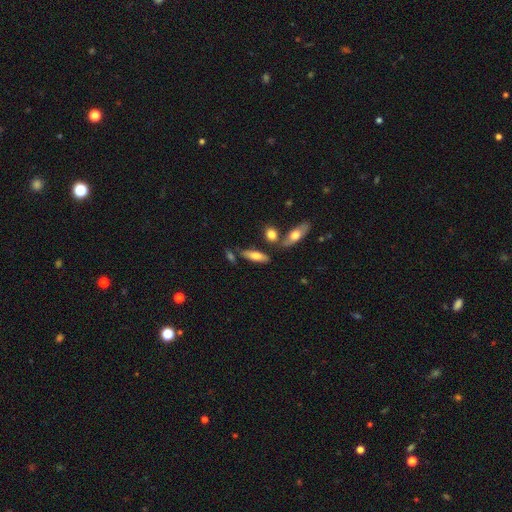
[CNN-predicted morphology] smooth-or-featured: smooth: 66% | featured or disk: 27% | star or artifact: 7%
  how-rounded: in between: 55% | cigar-shaped: 42% | round: 2%
  merging: none: 66% | merger: 15% | minor disturbance: 14% | major disturbance: 4%